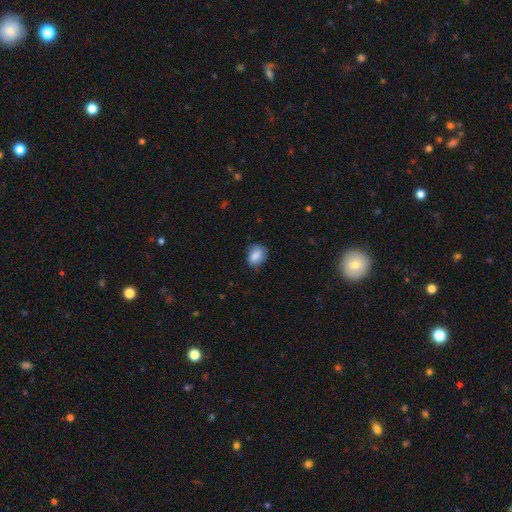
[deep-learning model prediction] This is clearly a smooth galaxy (85%). How rounded: likely in between (63%). Merging: likely none (69%).